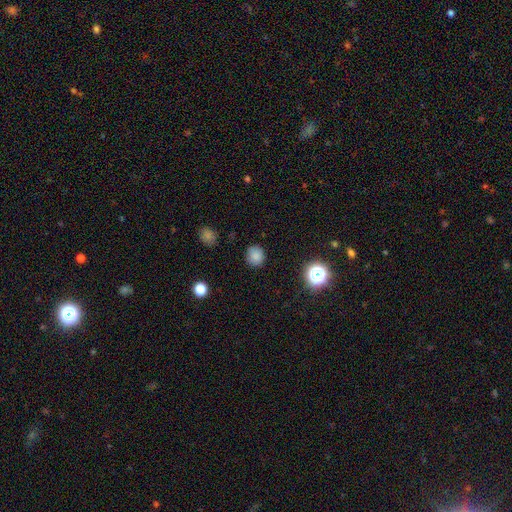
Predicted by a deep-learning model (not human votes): Smooth or featured?
  - smooth: 82% *
  - star or artifact: 14%
  - featured or disk: 5%
How rounded?
  - round: 85% *
  - in between: 14%
  - cigar-shaped: 1%
Merging?
  - none: 86% *
  - minor disturbance: 10%
  - major disturbance: 3%
  - merger: 1%